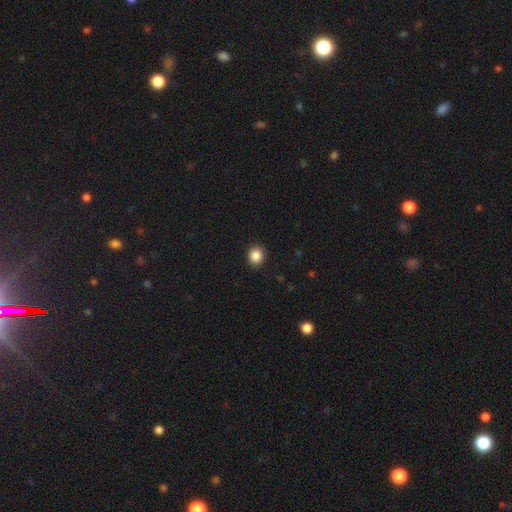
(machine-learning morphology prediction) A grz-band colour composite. It shows a smooth galaxy with no disk features (87%) that is round (77%). Merging: none (91%).